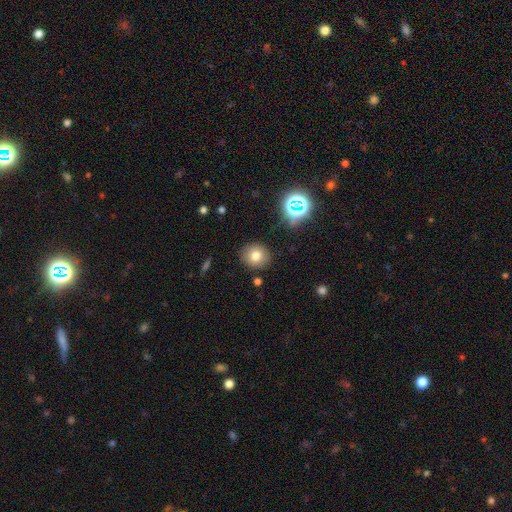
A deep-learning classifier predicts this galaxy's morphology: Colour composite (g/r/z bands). It shows a smooth galaxy with no disk features (75%) that is round (84%). Merging: none (87%).